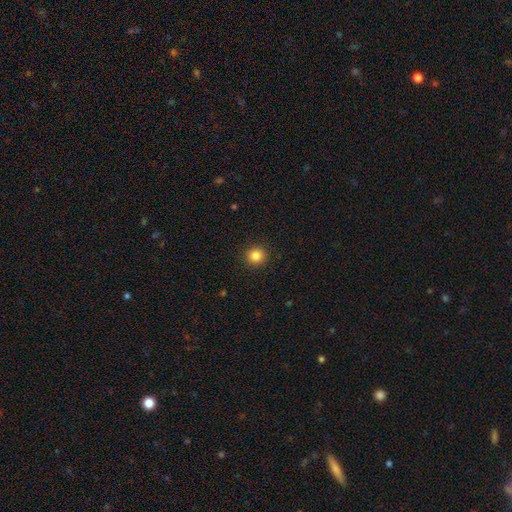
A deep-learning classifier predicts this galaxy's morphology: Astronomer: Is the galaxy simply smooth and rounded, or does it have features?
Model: smooth — 85%.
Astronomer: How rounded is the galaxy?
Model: round — 94%.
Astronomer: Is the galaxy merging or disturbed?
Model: none — 92%.